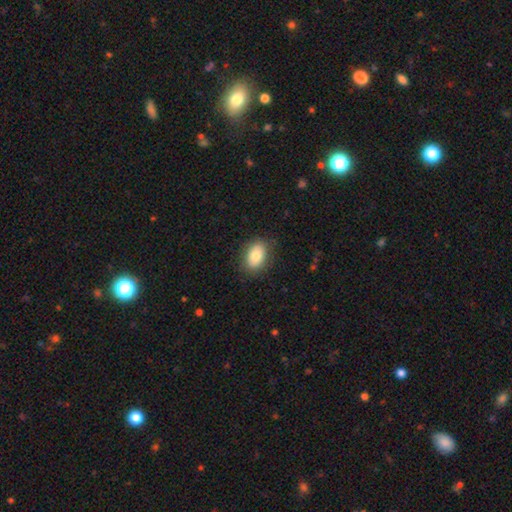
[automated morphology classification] A smooth galaxy with no disk features (81%) that is in between round and cigar-shaped (84%). Merging: none (85%).